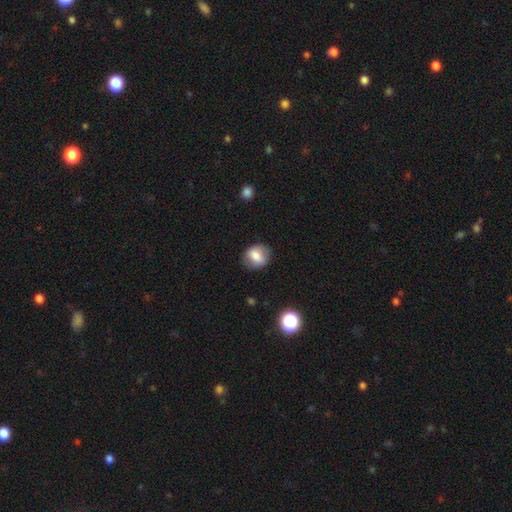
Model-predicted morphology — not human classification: smooth 75%, featured or disk 16%, star or artifact 9%. Down the decision tree: how rounded — round (63%); merging — none (80%).